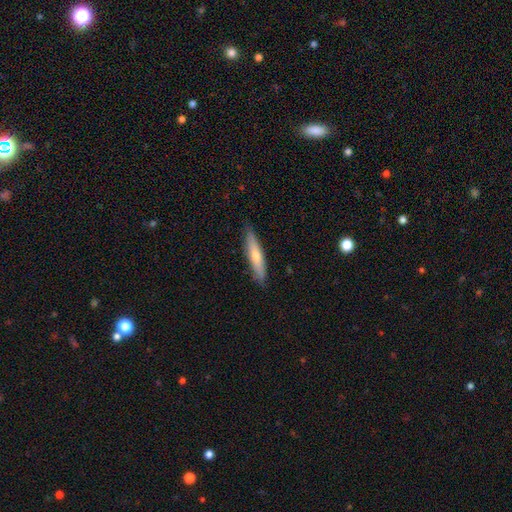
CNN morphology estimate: A smooth galaxy with no disk features (60%) that is cigar-shaped (86%). Merging: none (87%).